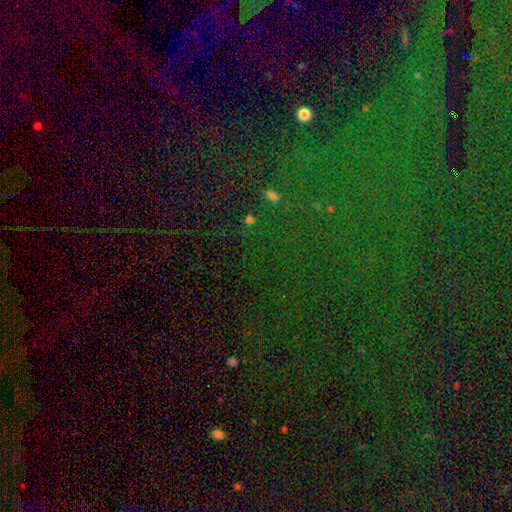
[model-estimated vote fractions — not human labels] smooth_or_featured: star or artifact (p=0.79) [alt: smooth p=0.12]